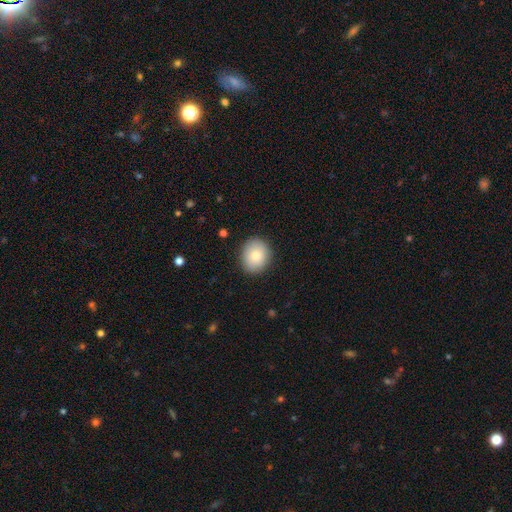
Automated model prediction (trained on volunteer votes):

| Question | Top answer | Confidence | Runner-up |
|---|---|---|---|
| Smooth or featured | smooth | 82% | featured or disk (11%) |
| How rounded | round | 69% | in between (30%) |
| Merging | none | 88% | minor disturbance (9%) |